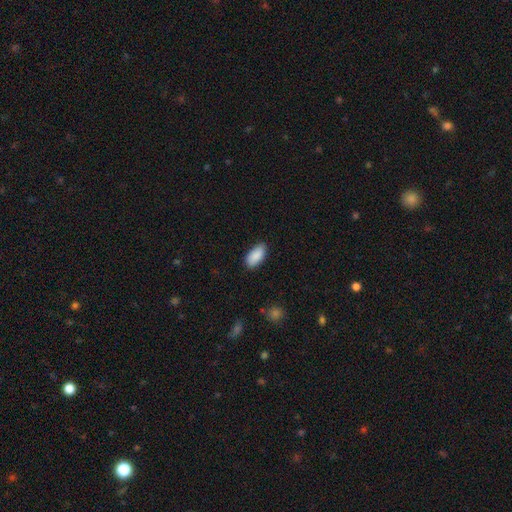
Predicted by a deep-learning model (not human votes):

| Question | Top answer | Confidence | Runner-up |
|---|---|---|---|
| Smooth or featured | smooth | 89% | star or artifact (6%) |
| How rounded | in between | 94% | cigar-shaped (4%) |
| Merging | none | 85% | minor disturbance (11%) |